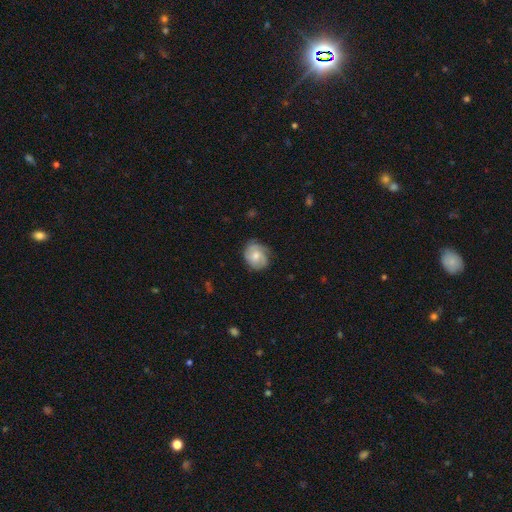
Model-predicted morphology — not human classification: smooth_or_featured: featured or disk (p=0.55) [alt: smooth p=0.38]
disk_edge_on: no (p=0.97) [alt: yes p=0.03]
bar: no (p=0.74) [alt: weak p=0.23]
has_spiral_arms: yes (p=0.86) [alt: no p=0.14]
bulge_size: moderate (p=0.58) [alt: small p=0.34]
merging: none (p=0.66) [alt: minor disturbance p=0.26]